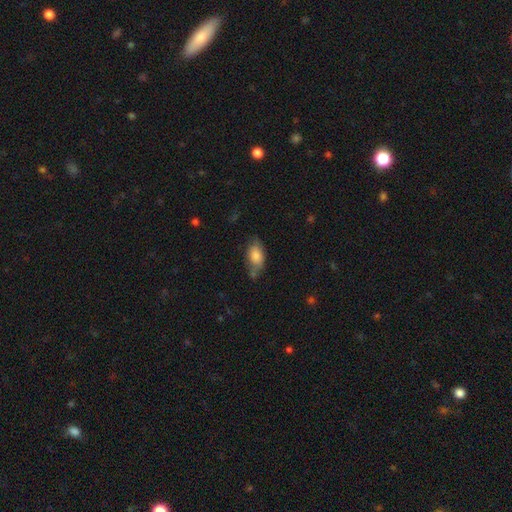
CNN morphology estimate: Smooth or featured? Predicted: smooth (p=0.79). How rounded? Predicted: in between (p=0.89). Merging? Predicted: none (p=0.58).